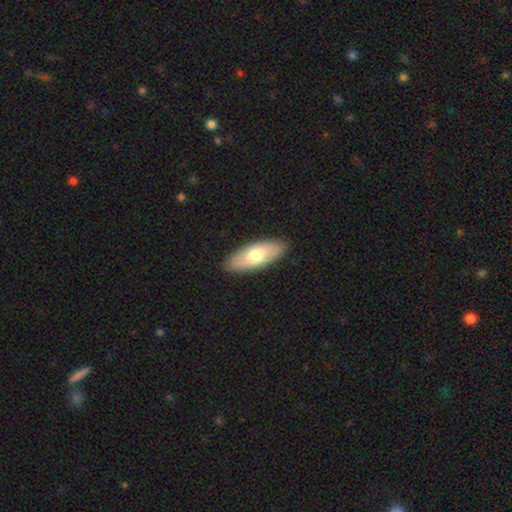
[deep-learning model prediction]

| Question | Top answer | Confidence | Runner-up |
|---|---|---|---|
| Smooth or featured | smooth | 66% | featured or disk (29%) |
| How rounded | in between | 79% | cigar-shaped (19%) |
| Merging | none | 89% | minor disturbance (8%) |